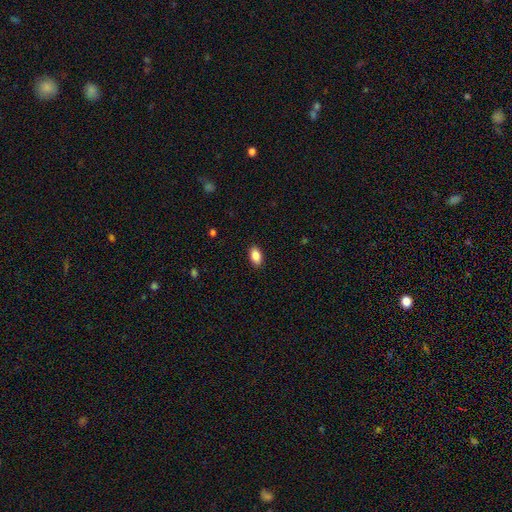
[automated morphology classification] type=smooth (88%); roundness=in between (92%); merging=none (89%).